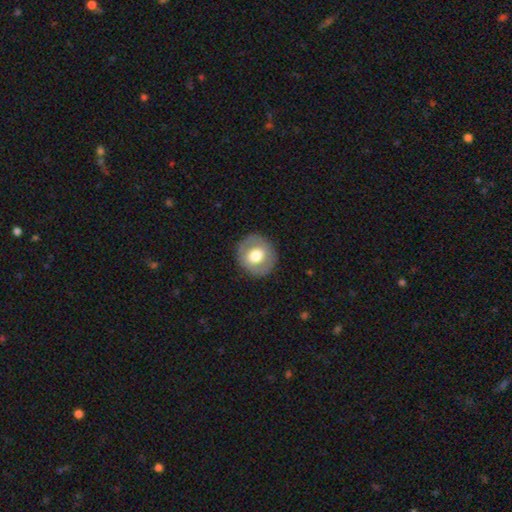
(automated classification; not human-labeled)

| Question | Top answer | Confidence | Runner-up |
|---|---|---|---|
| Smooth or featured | smooth | 61% | featured or disk (32%) |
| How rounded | round | 86% | in between (13%) |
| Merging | none | 87% | minor disturbance (8%) |